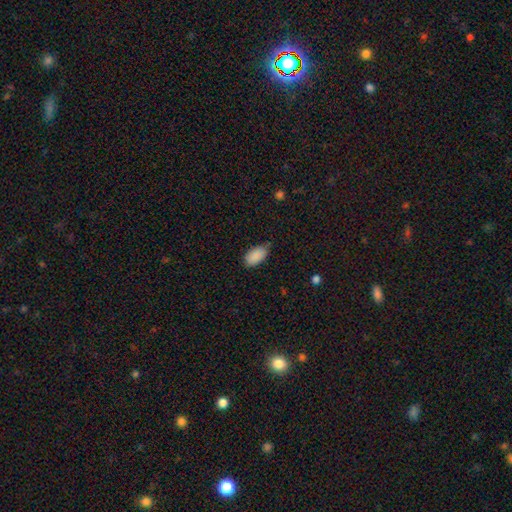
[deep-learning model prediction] smooth 89%, star or artifact 7%, featured or disk 4%. Down the decision tree: how rounded — in between (94%); merging — none (67%).